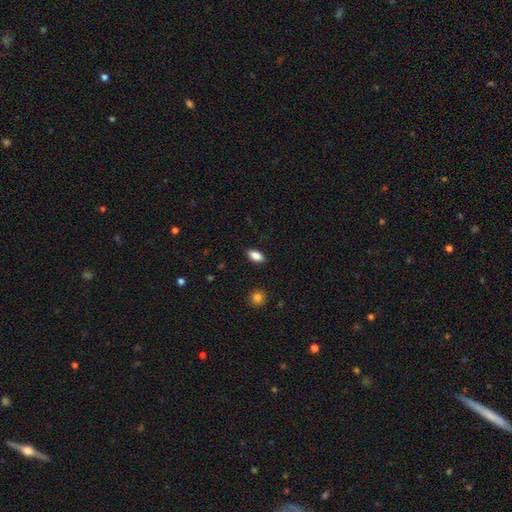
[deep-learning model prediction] Smooth or featured: smooth — 87% (star or artifact — 8%)
How rounded: in between — 89% (cigar-shaped — 7%)
Merging: none — 88% (minor disturbance — 9%)